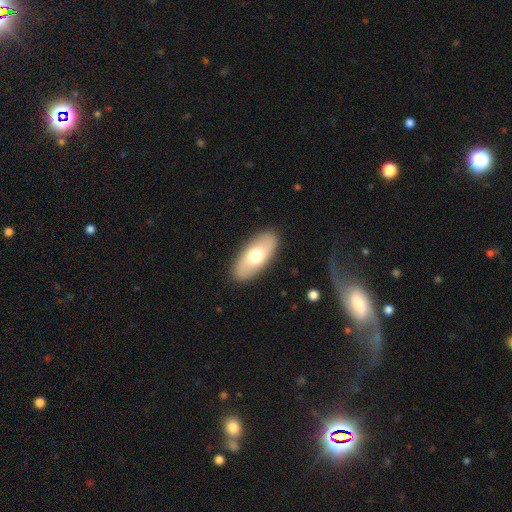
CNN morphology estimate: Smooth or featured? Predicted: smooth (p=0.64). How rounded? Predicted: in between (p=0.87). Merging? Predicted: none (p=0.89).